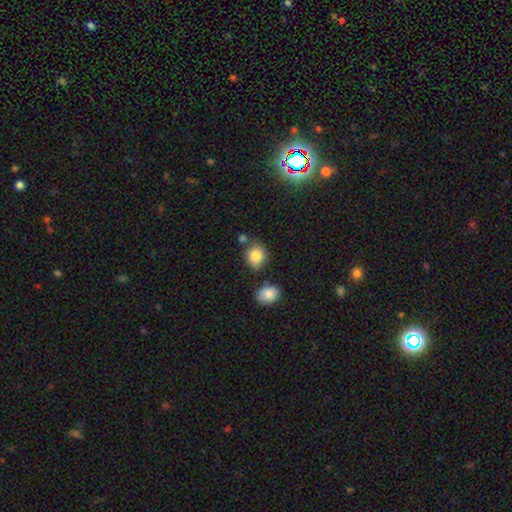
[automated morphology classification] smooth-or-featured: smooth: 85% | star or artifact: 9% | featured or disk: 6%
  how-rounded: round: 68% | in between: 31% | cigar-shaped: 1%
  merging: none: 72% | minor disturbance: 15% | merger: 9% | major disturbance: 4%